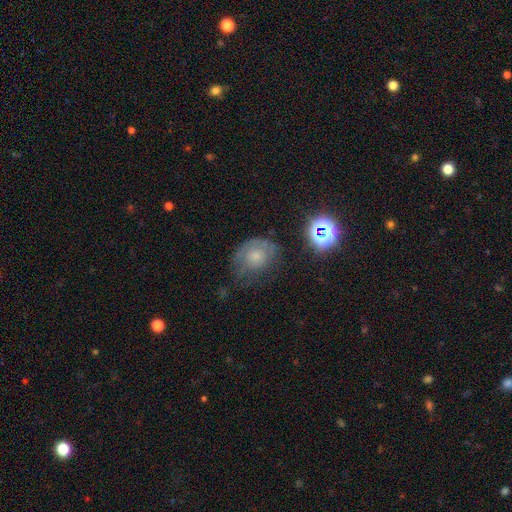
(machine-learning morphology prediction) A smooth galaxy with no disk features (50%) that is round (57%). Merging: none (45%).